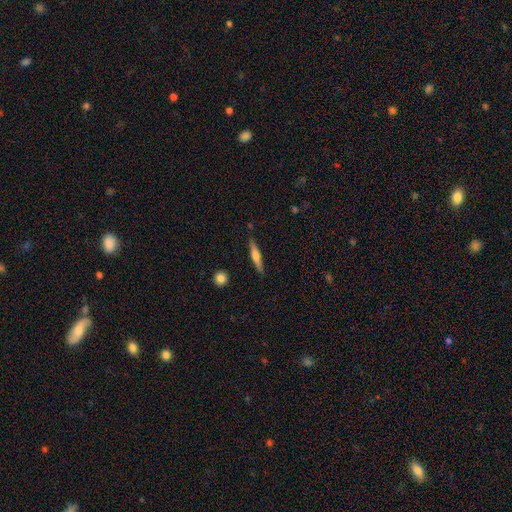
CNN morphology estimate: Smooth or featured? Predicted: featured or disk (p=0.54). Edge-on disk? Predicted: yes (p=0.96). Edge-on bulge? Predicted: rounded (p=0.83). Merging? Predicted: none (p=0.88).